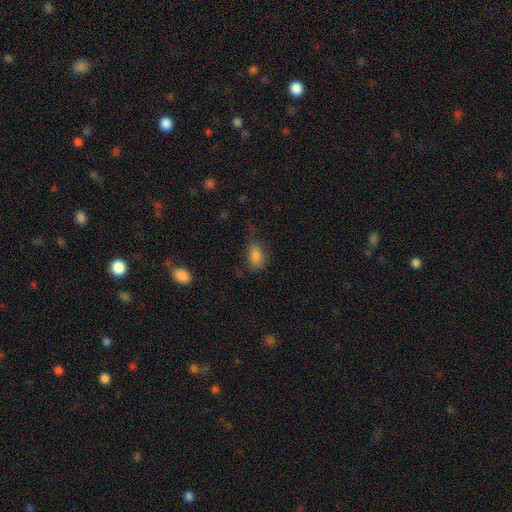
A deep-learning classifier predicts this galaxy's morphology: A smooth galaxy with no disk features (82%) that is in between round and cigar-shaped (86%). Merging: none (53%).